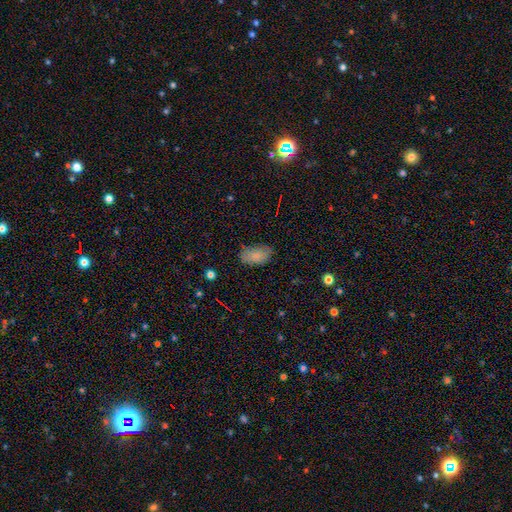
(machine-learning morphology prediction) Overall: smooth (82%). How rounded: in between (93%). Merging: none (74%).